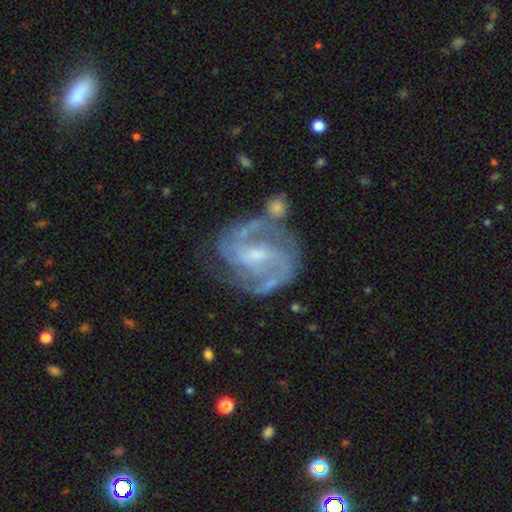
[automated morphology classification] A featured or disk galaxy (89%) with a weak bar (52%), 2 (69%) medium (51%) spiral arms (97%) and a small central bulge (54%). Merging: none (66%).